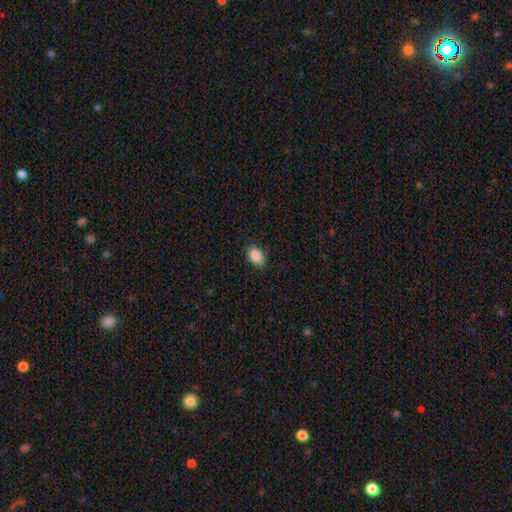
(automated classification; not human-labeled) A smooth galaxy with no disk features (89%) that is in between round and cigar-shaped (85%).

Vote fractions:
- Smooth or featured? smooth: 89% / star or artifact: 8% / featured or disk: 3%
- How rounded? in between: 85% / round: 14% / cigar-shaped: 1%
- Merging? none: 83% / minor disturbance: 13% / major disturbance: 3% / merger: 1%